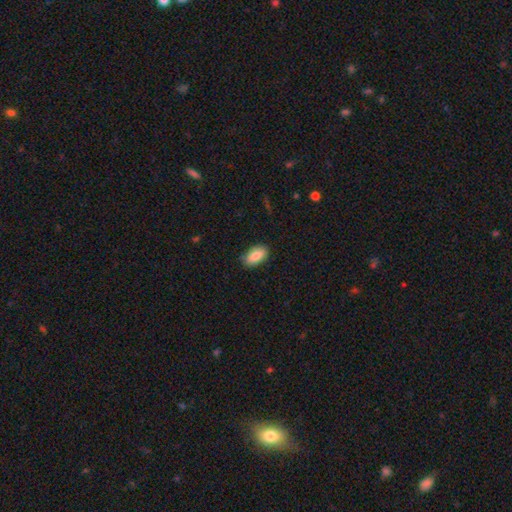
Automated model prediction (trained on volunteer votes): smooth 85%, featured or disk 9%, star or artifact 7%. Down the decision tree: how rounded — in between (93%); merging — none (84%).